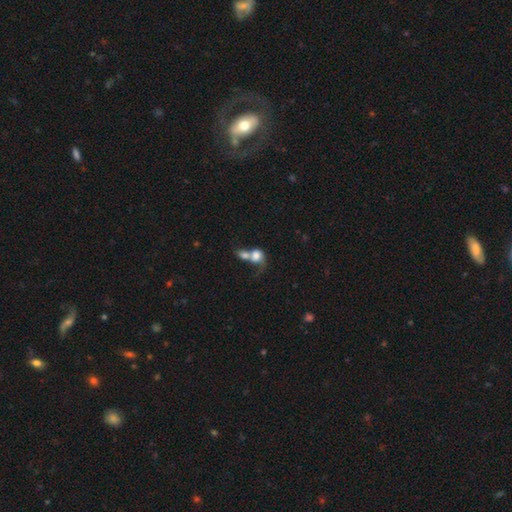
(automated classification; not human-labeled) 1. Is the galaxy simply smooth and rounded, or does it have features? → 67% smooth, 24% featured or disk, 9% star or artifact.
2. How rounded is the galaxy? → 51% round, 48% in between, 2% cigar-shaped.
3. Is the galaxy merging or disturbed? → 75% merger, 10% major disturbance, 10% none, 5% minor disturbance.